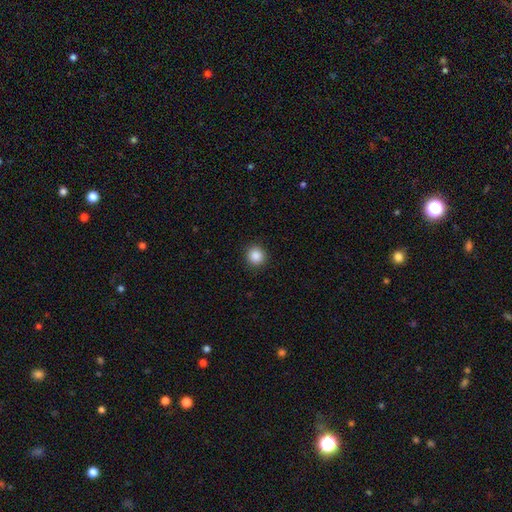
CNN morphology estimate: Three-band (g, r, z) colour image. It shows a smooth galaxy with no disk features (88%) that is round (92%). Merging: none (92%).